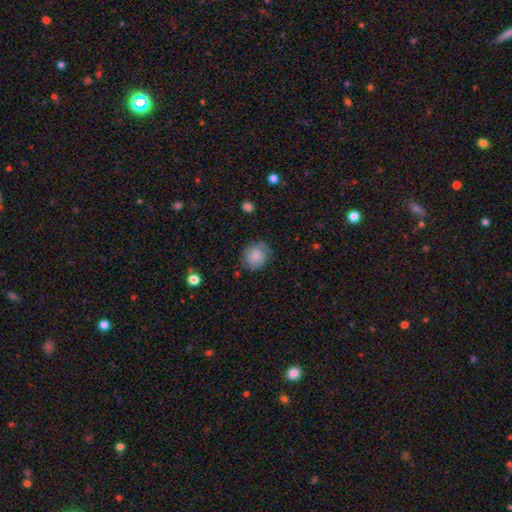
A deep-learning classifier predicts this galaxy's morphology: The model was most divided on "merging": none: 73%, minor disturbance: 20%, major disturbance: 6%, merger: 1%. More confident: how rounded — round (81%); smooth or featured — smooth (79%).